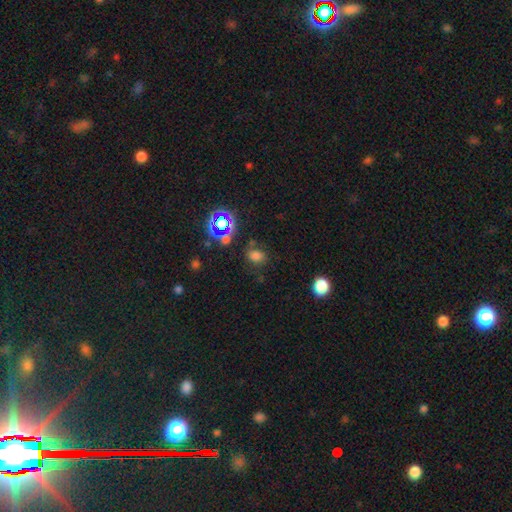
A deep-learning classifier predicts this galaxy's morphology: The model was most divided on "how rounded": in between: 53%, round: 46%, cigar-shaped: 1%. More confident: merging — none (68%); smooth or featured — smooth (66%).